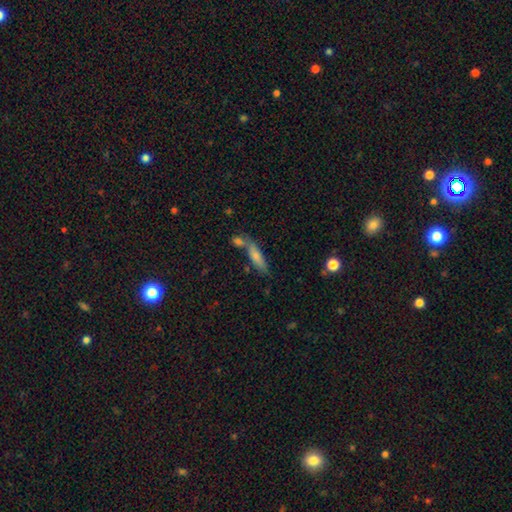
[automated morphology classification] Smooth or featured?
  - smooth: 68% *
  - featured or disk: 24%
  - star or artifact: 8%
How rounded?
  - cigar-shaped: 67% *
  - in between: 31%
  - round: 2%
Merging?
  - none: 52% *
  - merger: 29%
  - minor disturbance: 14%
  - major disturbance: 5%